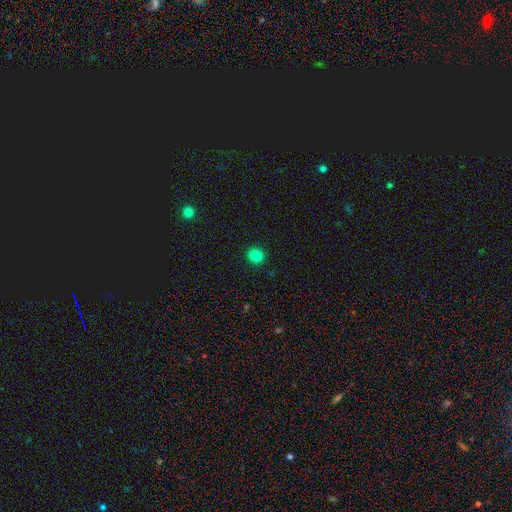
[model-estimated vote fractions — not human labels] Morphology: type=smooth (85%); roundness=round (83%); merging=none (91%).